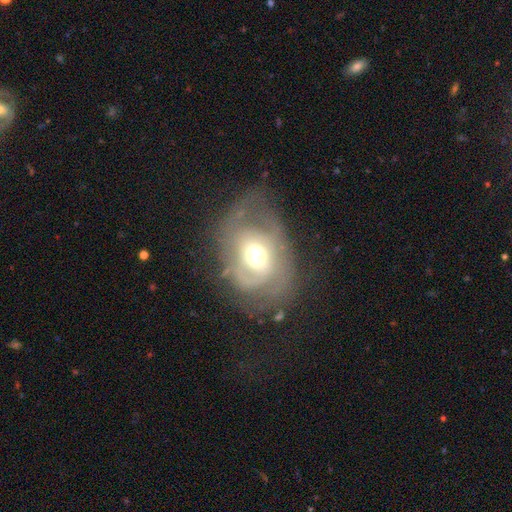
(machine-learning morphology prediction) A featured or disk galaxy (62%) with no bar (65%), spiral arms (63%) and a moderate central bulge (61%). Merging: none (47%).